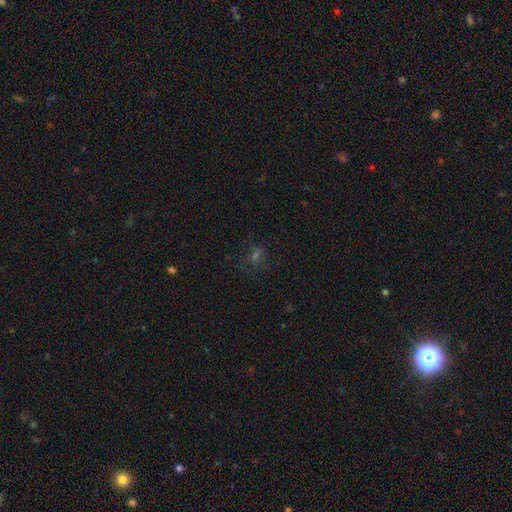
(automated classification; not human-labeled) Morphology: type=star or artifact (44%).